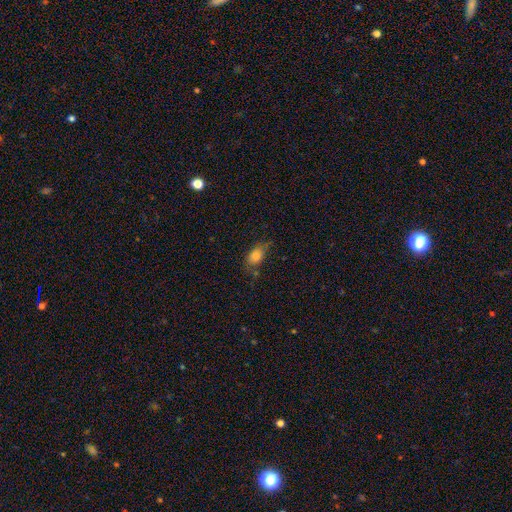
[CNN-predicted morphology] This is likely a smooth galaxy (78%). How rounded: clearly in between (81%). Merging: possibly none (54%).